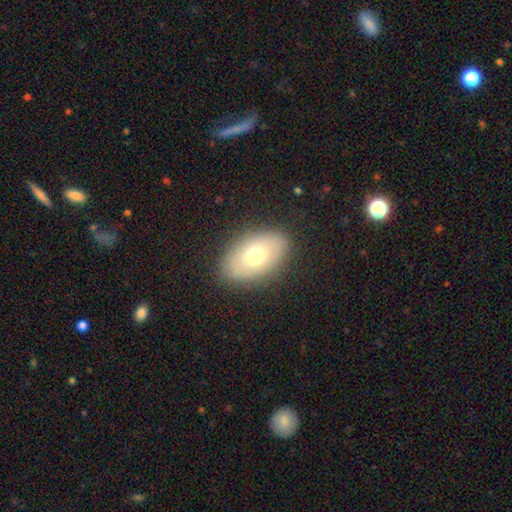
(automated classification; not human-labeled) smooth_or_featured: smooth (p=0.62) [alt: featured or disk p=0.30]
how_rounded: in between (p=0.90) [alt: round p=0.08]
merging: none (p=0.86) [alt: minor disturbance p=0.10]